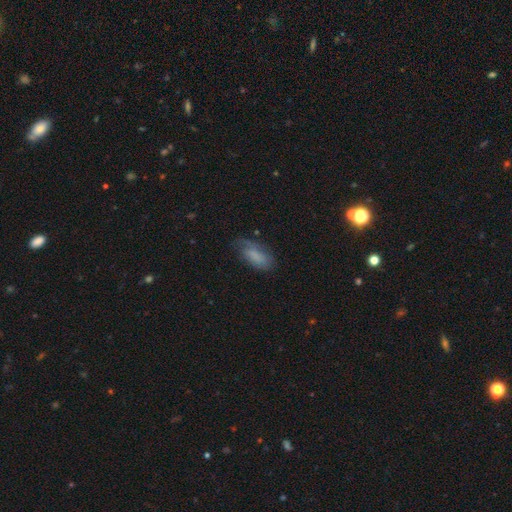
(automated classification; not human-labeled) This appears to be a smooth galaxy with no disk features (71%) that is in between round and cigar-shaped (85%). Merging: none (55%).